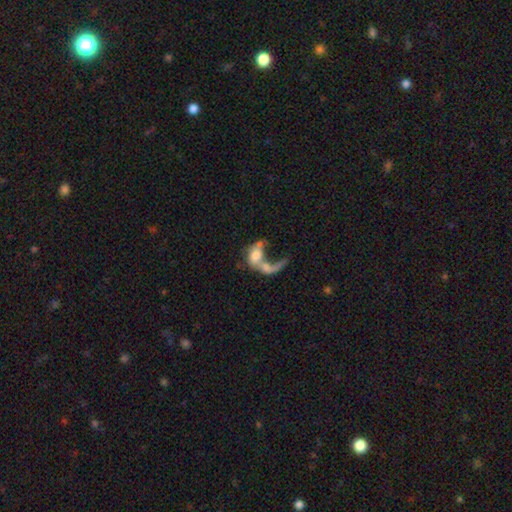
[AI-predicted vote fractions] smooth-or-featured: featured or disk: 46% | smooth: 44% | star or artifact: 10%
  merging: merger: 53% | major disturbance: 30% | none: 11% | minor disturbance: 6%